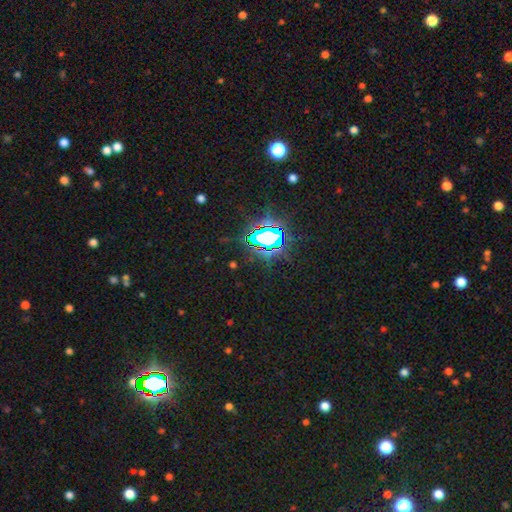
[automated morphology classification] This is clearly a star or artifact rather than a galaxy (85%).